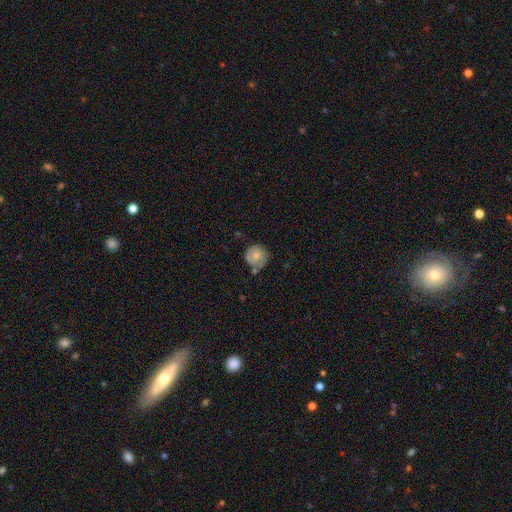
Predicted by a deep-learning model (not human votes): Morphology: type=smooth (63%); roundness=round (88%); merging=none (62%).